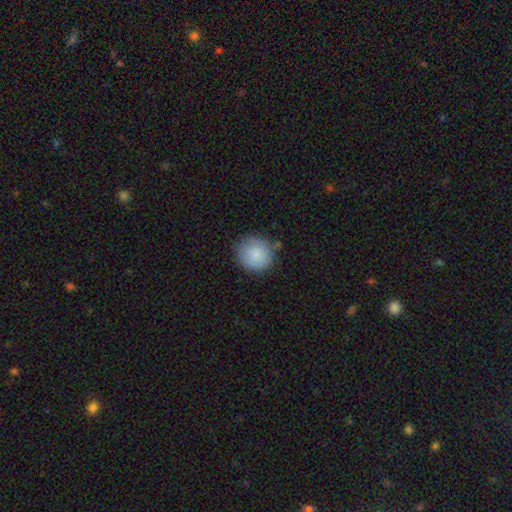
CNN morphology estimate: Smooth or featured: smooth — 87% (star or artifact — 7%)
How rounded: round — 91% (in between — 8%)
Merging: none — 79% (minor disturbance — 15%)